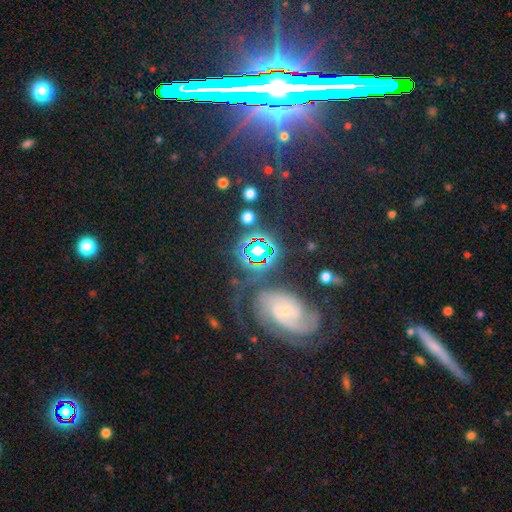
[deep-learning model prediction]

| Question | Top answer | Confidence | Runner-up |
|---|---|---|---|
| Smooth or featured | star or artifact | 44% | featured or disk (34%) |